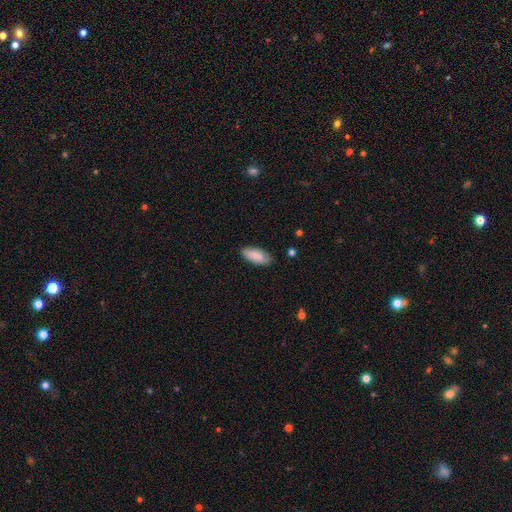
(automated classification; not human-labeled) Smooth or featured: smooth — 83% (featured or disk — 11%)
How rounded: in between — 85% (cigar-shaped — 13%)
Merging: none — 78% (minor disturbance — 18%)